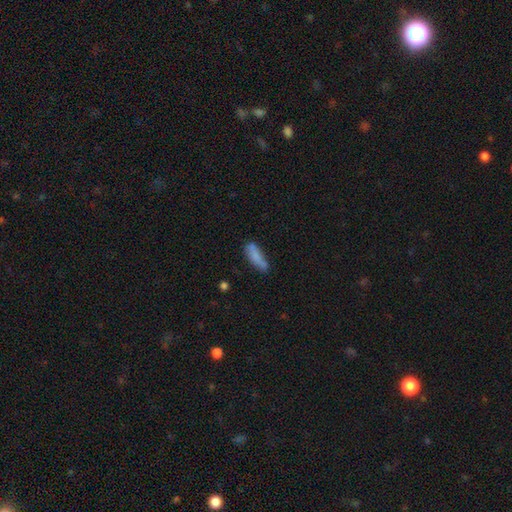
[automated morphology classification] Smooth or featured?
  - smooth: 78% *
  - featured or disk: 14%
  - star or artifact: 8%
How rounded?
  - cigar-shaped: 55% *
  - in between: 43%
  - round: 2%
Merging?
  - none: 57% *
  - minor disturbance: 28%
  - major disturbance: 9%
  - merger: 6%